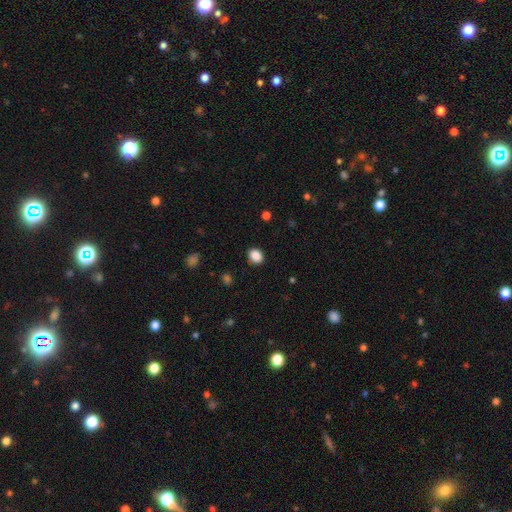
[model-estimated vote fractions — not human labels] A smooth galaxy with no disk features (88%) that is in between round and cigar-shaped (54%).

Vote fractions:
- Smooth or featured? smooth: 88% / star or artifact: 9% / featured or disk: 3%
- How rounded? in between: 54% / round: 45% / cigar-shaped: 1%
- Merging? none: 87% / minor disturbance: 9% / major disturbance: 2% / merger: 1%